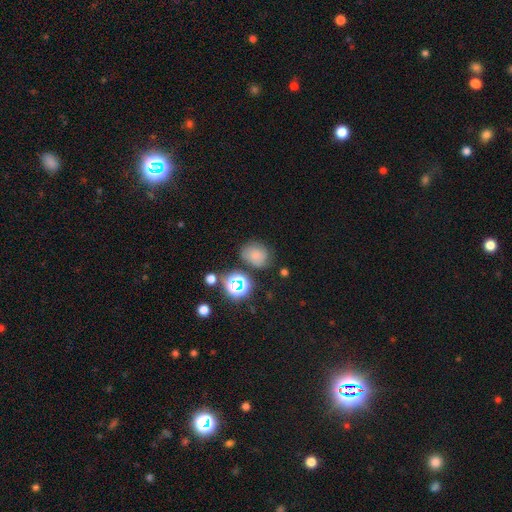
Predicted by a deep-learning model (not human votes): A smooth galaxy with no disk features (64%) that is round (57%).

Vote fractions:
- Smooth or featured? smooth: 64% / star or artifact: 21% / featured or disk: 15%
- How rounded? round: 57% / in between: 42% / cigar-shaped: 1%
- Merging? none: 64% / minor disturbance: 22% / major disturbance: 8% / merger: 6%